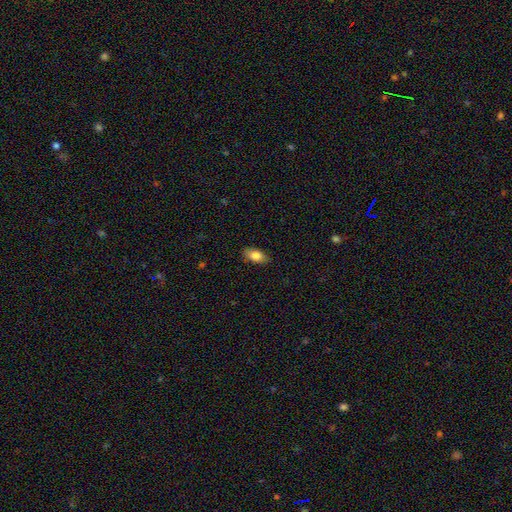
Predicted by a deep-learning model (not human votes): A smooth galaxy with no disk features (81%) that is in between round and cigar-shaped (89%).

Vote fractions:
- Smooth or featured? smooth: 81% / featured or disk: 12% / star or artifact: 7%
- How rounded? in between: 89% / cigar-shaped: 6% / round: 5%
- Merging? none: 87% / minor disturbance: 10% / major disturbance: 2% / merger: 1%